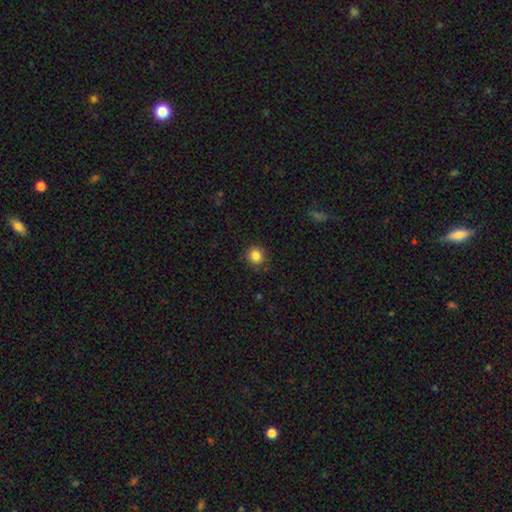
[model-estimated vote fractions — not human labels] smooth-or-featured: smooth: 85% | star or artifact: 10% | featured or disk: 5%
  how-rounded: round: 89% | in between: 10% | cigar-shaped: 1%
  merging: none: 89% | minor disturbance: 8% | major disturbance: 2% | merger: 1%